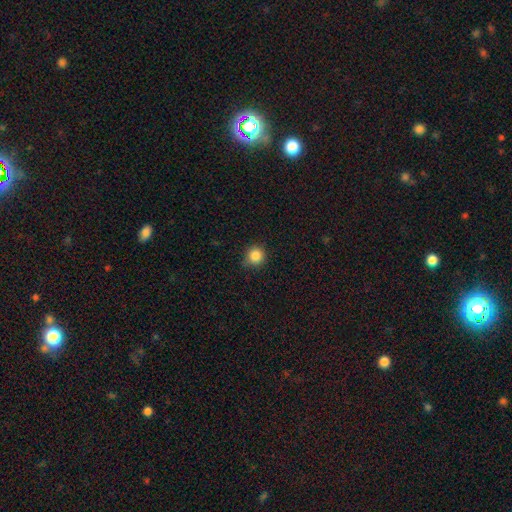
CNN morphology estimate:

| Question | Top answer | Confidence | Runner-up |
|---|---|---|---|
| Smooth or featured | smooth | 86% | star or artifact (11%) |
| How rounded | round | 91% | in between (8%) |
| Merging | none | 80% | minor disturbance (16%) |